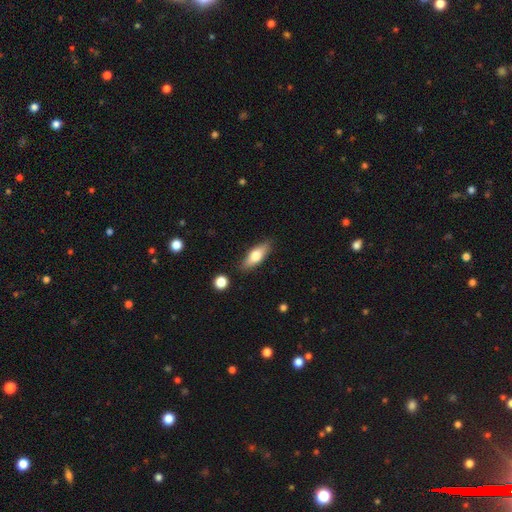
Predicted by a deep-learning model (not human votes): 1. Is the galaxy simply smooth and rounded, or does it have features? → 64% smooth, 30% featured or disk, 6% star or artifact.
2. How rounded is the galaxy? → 63% in between, 34% cigar-shaped, 3% round.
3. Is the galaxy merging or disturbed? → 86% none, 10% minor disturbance, 2% merger, 2% major disturbance.